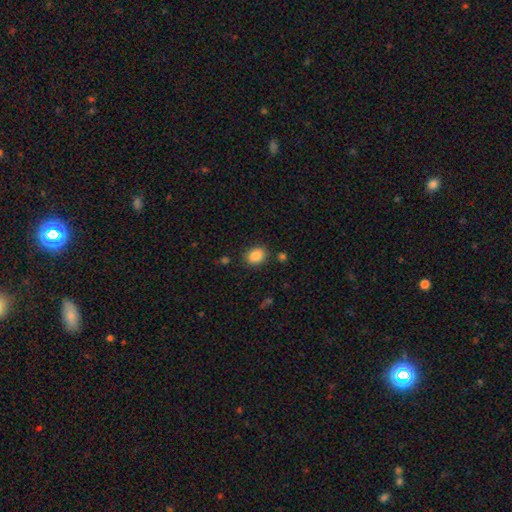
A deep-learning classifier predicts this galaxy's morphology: The model was most divided on "how rounded": in between: 52%, round: 47%, cigar-shaped: 1%. More confident: smooth or featured — smooth (86%); merging — none (84%).